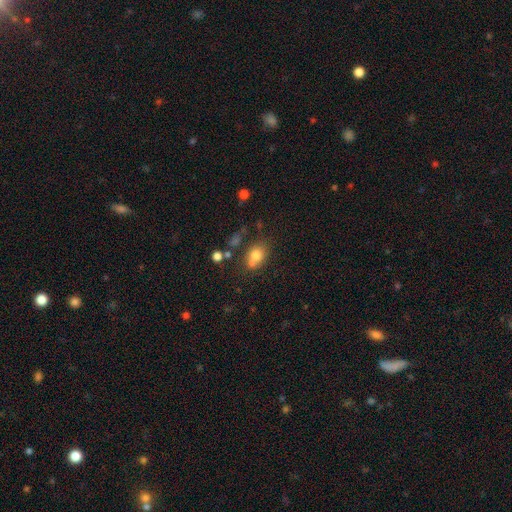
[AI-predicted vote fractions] A smooth galaxy with no disk features (74%) that is round (50%). Merging: none (50%).